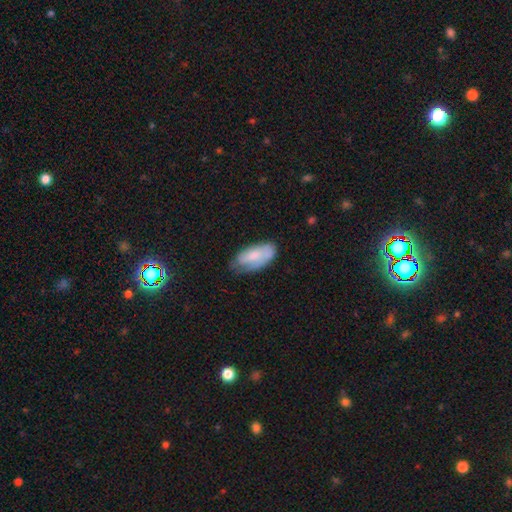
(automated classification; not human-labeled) This is likely a smooth galaxy (65%). How rounded: clearly in between (91%). Merging: possibly none (56%).